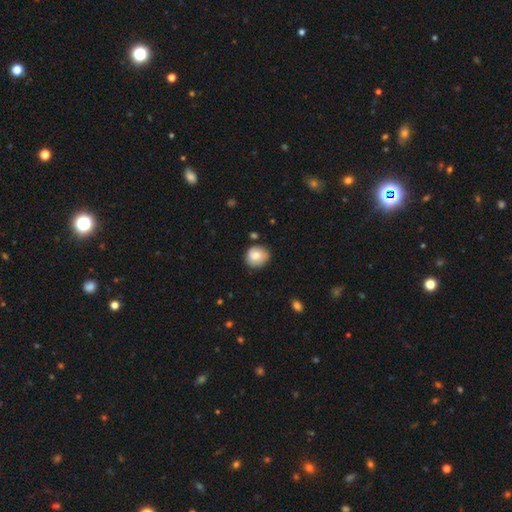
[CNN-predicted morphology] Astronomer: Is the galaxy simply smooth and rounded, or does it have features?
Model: smooth — 75%.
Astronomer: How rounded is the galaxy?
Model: round — 85%.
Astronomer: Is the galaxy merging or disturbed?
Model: none — 76%.